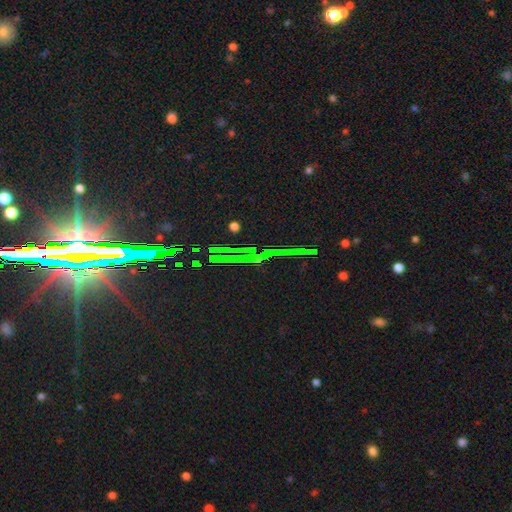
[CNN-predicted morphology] The model was most divided on "smooth or featured": star or artifact: 78%, featured or disk: 15%, smooth: 7%.